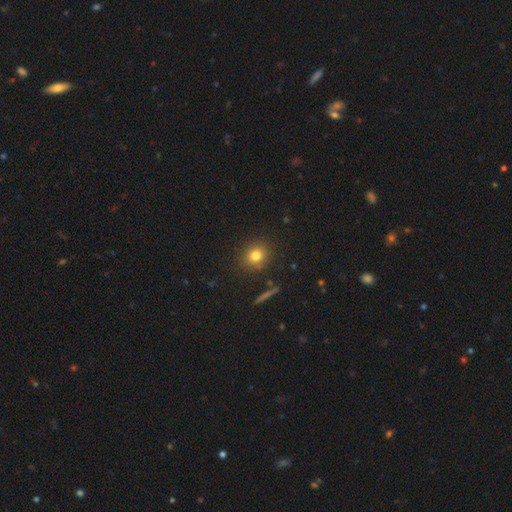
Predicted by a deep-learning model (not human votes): Smooth or featured? smooth (79%)
How rounded? round (79%)
Merging? none (88%)